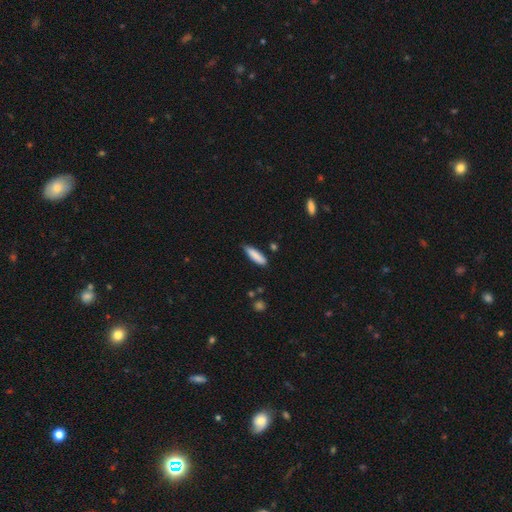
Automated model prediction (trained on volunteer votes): Q: Smooth or featured?
A: smooth (85%); runner-up: featured or disk (8%)
Q: How rounded?
A: cigar-shaped (70%); runner-up: in between (29%)
Q: Merging?
A: none (77%); runner-up: minor disturbance (18%)